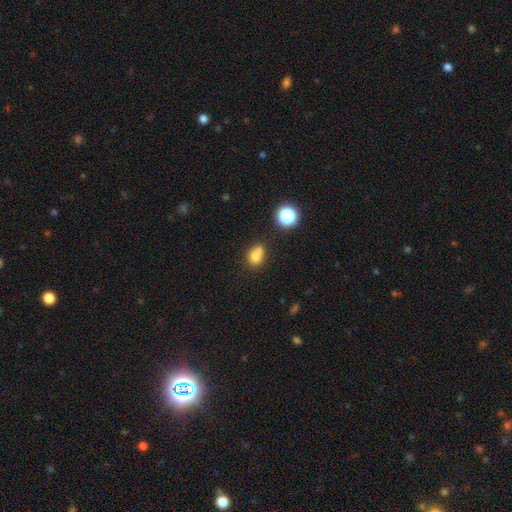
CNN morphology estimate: A smooth galaxy with no disk features (73%) that is round (62%).

Vote fractions:
- Smooth or featured? smooth: 73% / star or artifact: 14% / featured or disk: 13%
- How rounded? round: 62% / in between: 37% / cigar-shaped: 1%
- Merging? merger: 43% / none: 40% / minor disturbance: 12% / major disturbance: 5%